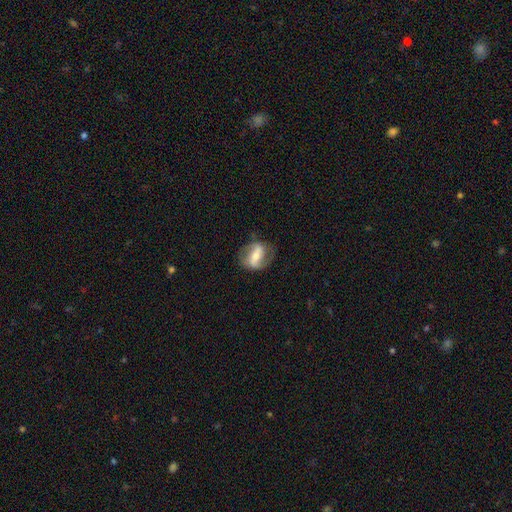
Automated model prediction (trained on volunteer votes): Morphology: type=featured or disk (71%); edge-on=no (94%); bar=strong (58%); spiral arms=yes (81%); winding=medium (41%); arm count=2 (85%); bulge=moderate (47%); merging=none (72%).